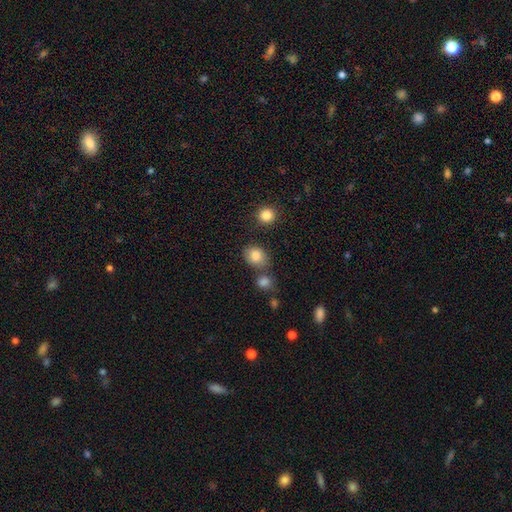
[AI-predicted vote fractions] Smooth or featured? Predicted: smooth (p=0.82). How rounded? Predicted: round (p=0.51). Merging? Predicted: none (p=0.69).